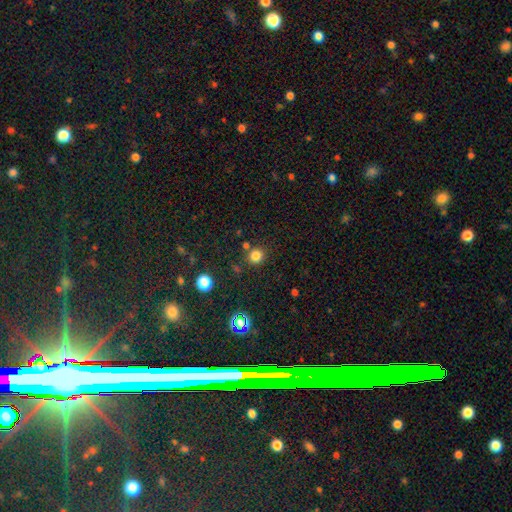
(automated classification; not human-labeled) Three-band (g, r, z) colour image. It shows a smooth galaxy with no disk features (79%) that is round (90%). Merging: none (81%).